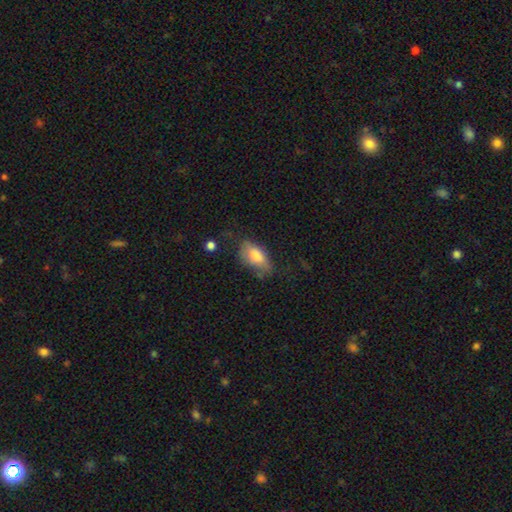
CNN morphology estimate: This appears to be a smooth galaxy with no disk features (73%) that is in between round and cigar-shaped (90%). Merging: none (53%).